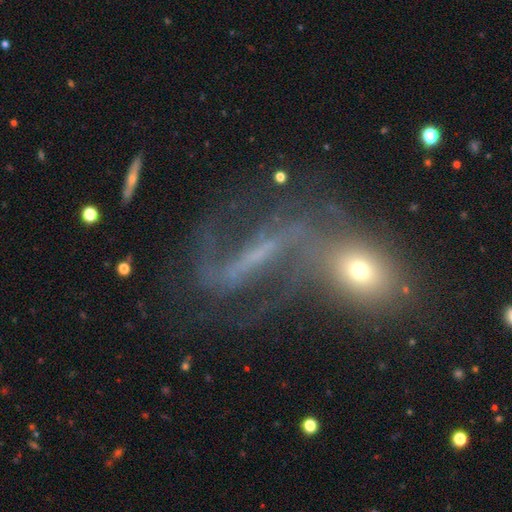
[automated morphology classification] featured or disk 75%, star or artifact 13%, smooth 12%. Down the decision tree: edge-on disk — no (88%); bar — strong (56%); spiral arms — yes (81%); spiral arm count — 2 (74%); spiral winding — loose (50%); bulge size — small (44%); merging — none (41%).